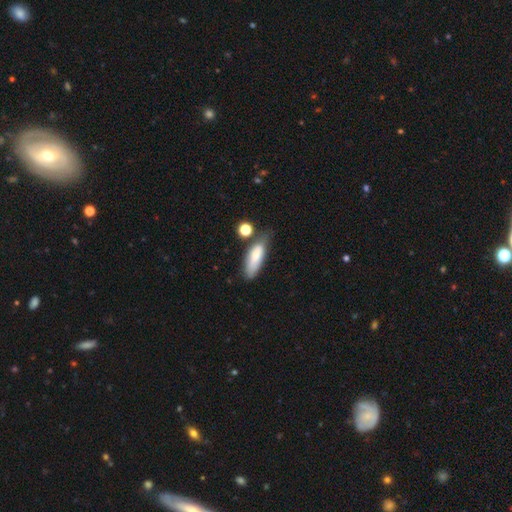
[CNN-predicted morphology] A smooth galaxy with no disk features (72%) that is in between round and cigar-shaped (58%). Merging: none (52%).